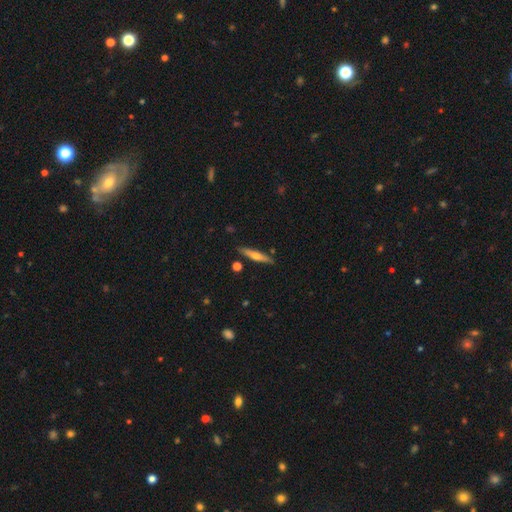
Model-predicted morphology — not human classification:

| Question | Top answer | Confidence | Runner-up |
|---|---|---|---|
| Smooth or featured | featured or disk | 52% | smooth (42%) |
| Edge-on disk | yes | 94% | no (6%) |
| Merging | none | 85% | minor disturbance (10%) |